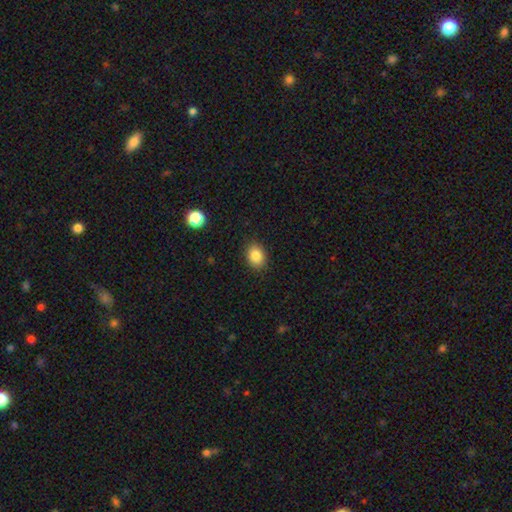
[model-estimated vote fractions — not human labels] Smooth or featured? smooth (85%)
How rounded? in between (59%)
Merging? none (87%)